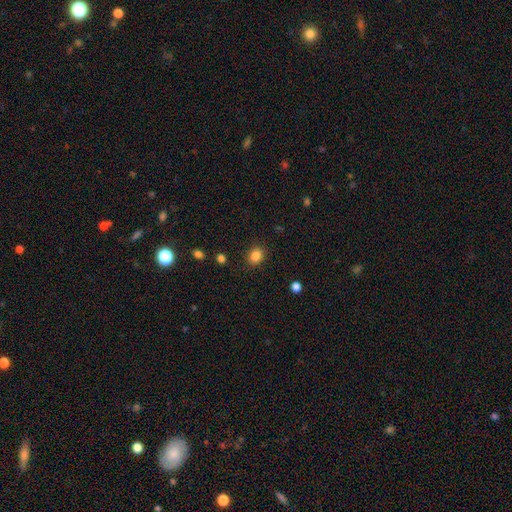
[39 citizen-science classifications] smooth-or-featured: smooth: 90% | star or artifact: 8% | featured or disk: 3%
  how-rounded: in between: 54% | round: 43% | cigar-shaped: 3%
  merging: none: 72% | minor disturbance: 19% | merger: 6% | major disturbance: 3%